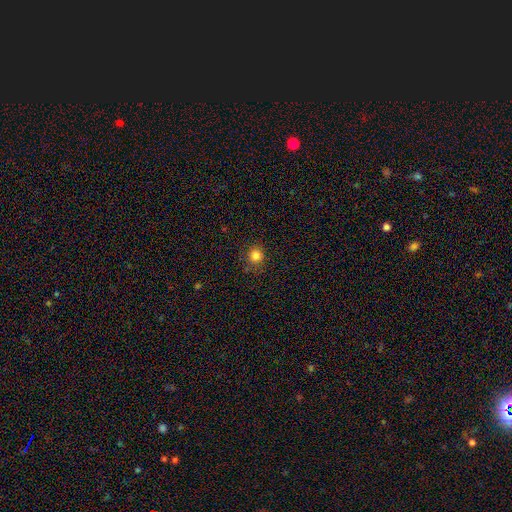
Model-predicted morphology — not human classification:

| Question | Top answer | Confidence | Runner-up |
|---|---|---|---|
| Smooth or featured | smooth | 83% | star or artifact (13%) |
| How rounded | round | 89% | in between (10%) |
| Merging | none | 86% | minor disturbance (10%) |